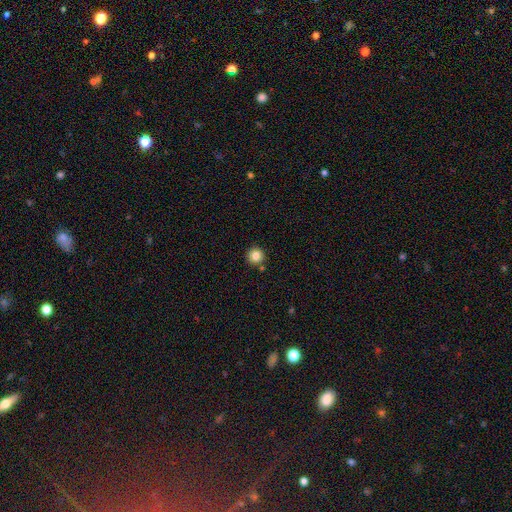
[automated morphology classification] Overall: smooth (83%). How rounded: round (95%). Merging: none (86%).